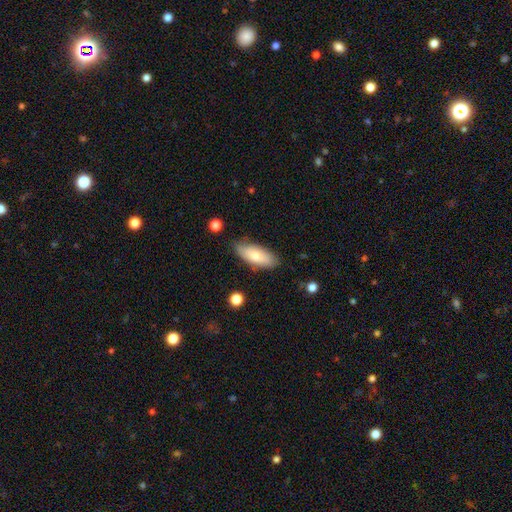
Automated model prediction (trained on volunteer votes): Smooth or featured? smooth (74%)
How rounded? in between (77%)
Merging? none (80%)